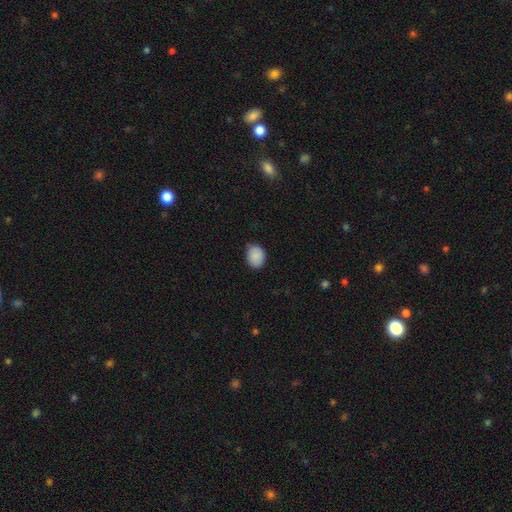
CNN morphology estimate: The model was most divided on "how rounded": in between: 56%, round: 43%, cigar-shaped: 1%. More confident: smooth or featured — smooth (89%); merging — none (74%).